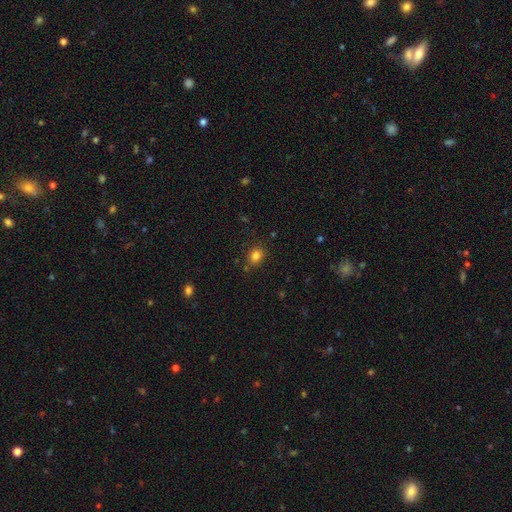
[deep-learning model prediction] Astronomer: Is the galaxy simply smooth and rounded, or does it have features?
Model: smooth — 82%.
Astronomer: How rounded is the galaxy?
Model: round — 61% (runner-up: in between, 38%).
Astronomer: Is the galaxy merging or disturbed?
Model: none — 82%.